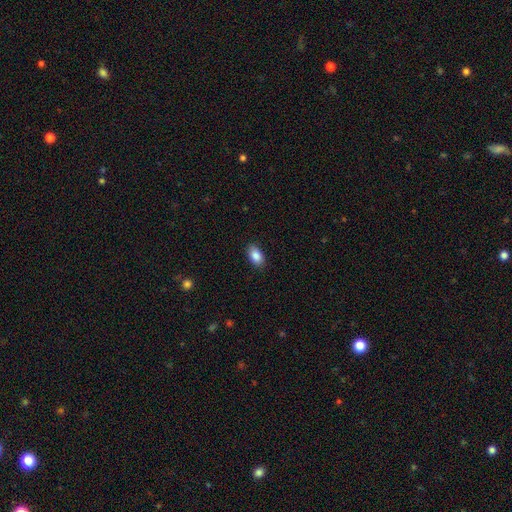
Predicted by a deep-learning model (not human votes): Smooth or featured?
  - smooth: 87% *
  - star or artifact: 7%
  - featured or disk: 5%
How rounded?
  - in between: 92% *
  - round: 7%
  - cigar-shaped: 2%
Merging?
  - none: 88% *
  - minor disturbance: 9%
  - major disturbance: 2%
  - merger: 1%